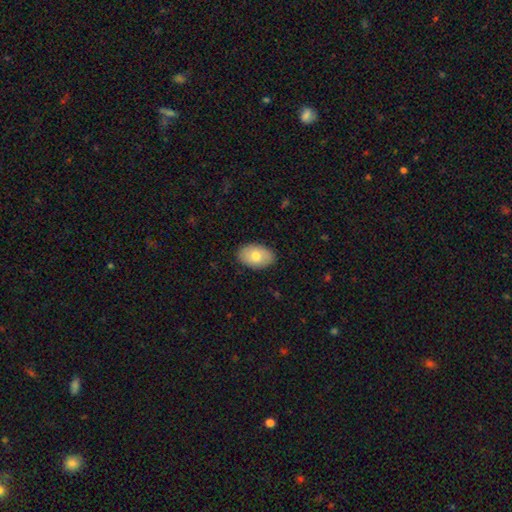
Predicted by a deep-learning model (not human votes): This appears to be a smooth galaxy with no disk features (76%) that is in between round and cigar-shaped (91%). Merging: none (88%).